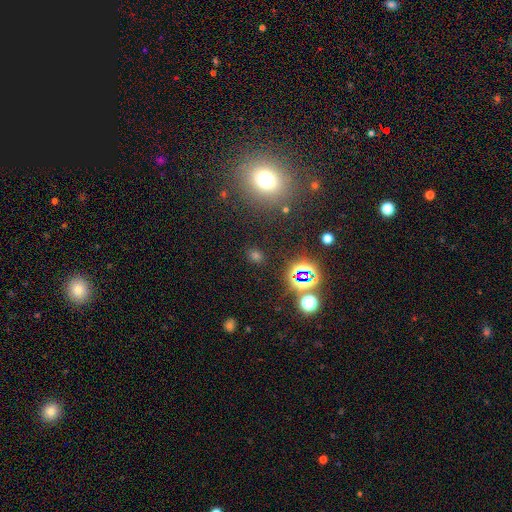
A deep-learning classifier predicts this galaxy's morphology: Overall: smooth (48%; star or artifact 44%). Merging: none (83%).